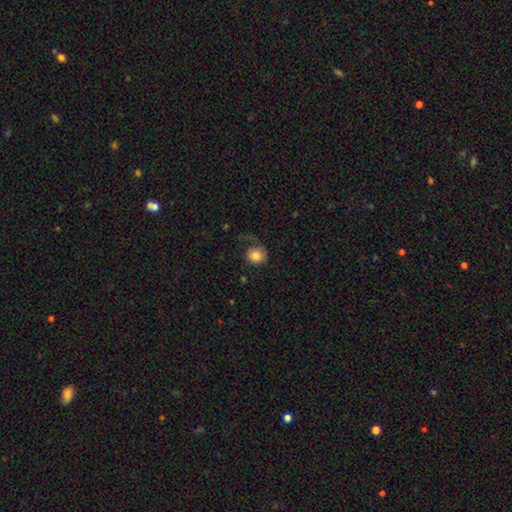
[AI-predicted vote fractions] Smooth or featured?
  - smooth: 77% *
  - featured or disk: 15%
  - star or artifact: 8%
How rounded?
  - round: 82% *
  - in between: 17%
  - cigar-shaped: 1%
Merging?
  - none: 50% *
  - major disturbance: 28%
  - minor disturbance: 20%
  - merger: 2%